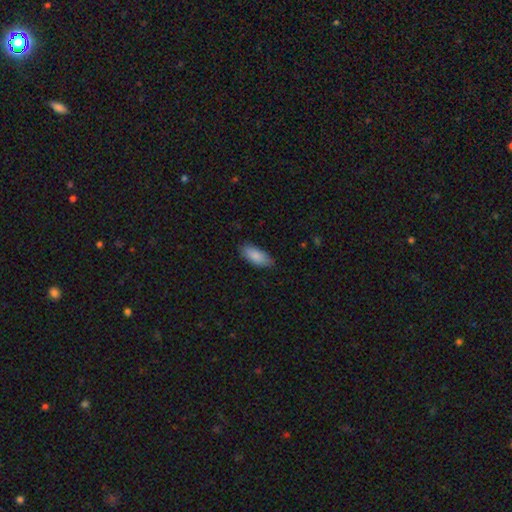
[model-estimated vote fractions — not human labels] A smooth galaxy with no disk features (87%) that is in between round and cigar-shaped (84%).

Vote fractions:
- Smooth or featured? smooth: 87% / featured or disk: 7% / star or artifact: 6%
- How rounded? in between: 84% / cigar-shaped: 14% / round: 2%
- Merging? none: 82% / minor disturbance: 14% / major disturbance: 3% / merger: 1%